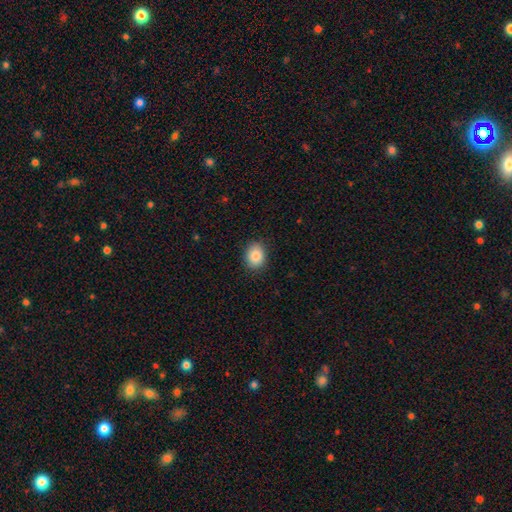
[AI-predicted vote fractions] Smooth or featured?
  - smooth: 86% *
  - star or artifact: 9%
  - featured or disk: 6%
How rounded?
  - round: 50% *
  - in between: 49%
  - cigar-shaped: 1%
Merging?
  - none: 88% *
  - minor disturbance: 9%
  - major disturbance: 2%
  - merger: 1%